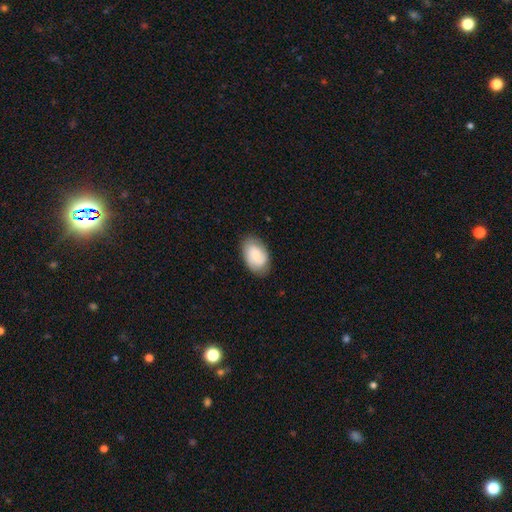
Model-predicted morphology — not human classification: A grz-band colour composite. It shows a smooth galaxy with no disk features (71%) that is in between round and cigar-shaped (90%). Merging: none (79%).